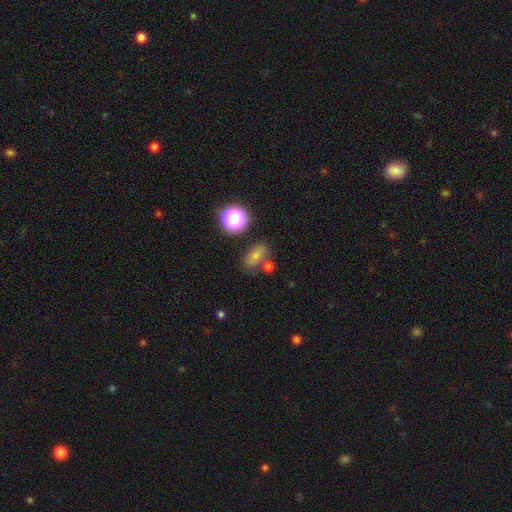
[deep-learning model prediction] Smooth or featured?
  - smooth: 71% *
  - star or artifact: 18%
  - featured or disk: 12%
How rounded?
  - in between: 71% *
  - round: 21%
  - cigar-shaped: 8%
Merging?
  - none: 69% *
  - minor disturbance: 14%
  - merger: 12%
  - major disturbance: 5%